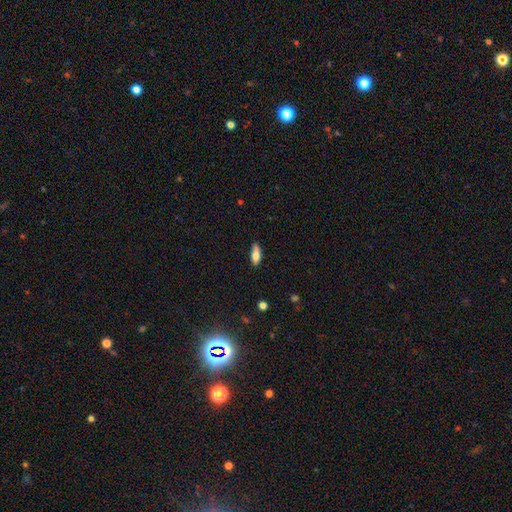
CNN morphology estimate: smooth 73%, featured or disk 21%, star or artifact 7%. Down the decision tree: how rounded — in between (64%); merging — none (77%).